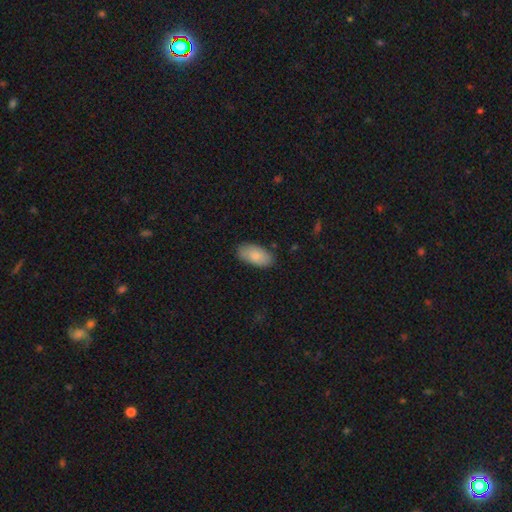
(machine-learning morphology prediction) Smooth or featured? smooth (83%)
How rounded? in between (93%)
Merging? none (80%)